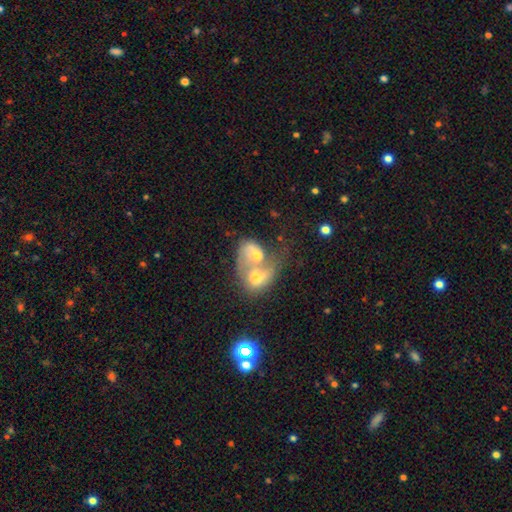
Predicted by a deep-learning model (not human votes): Q: Smooth or featured?
A: featured or disk (46%); runner-up: smooth (45%)
Q: Merging?
A: merger (83%); runner-up: none (7%)